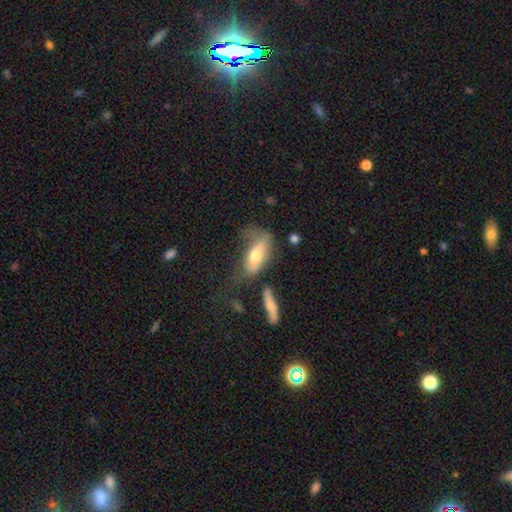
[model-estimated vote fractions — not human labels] This is likely a smooth galaxy (62%). How rounded: likely in between (79%). Merging: marginally major disturbance (36%).